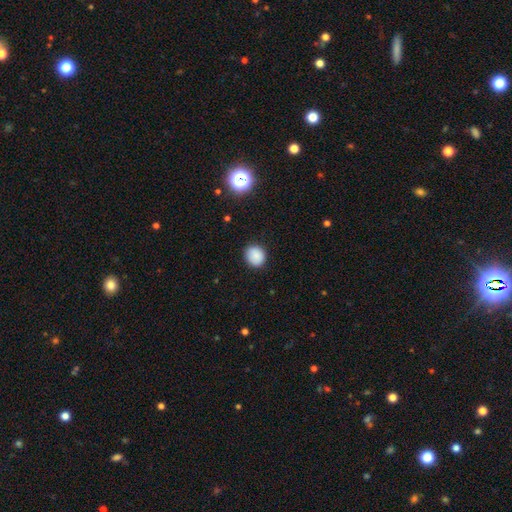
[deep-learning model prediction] This appears to be a smooth galaxy with no disk features (86%) that is round (76%). Merging: none (87%).